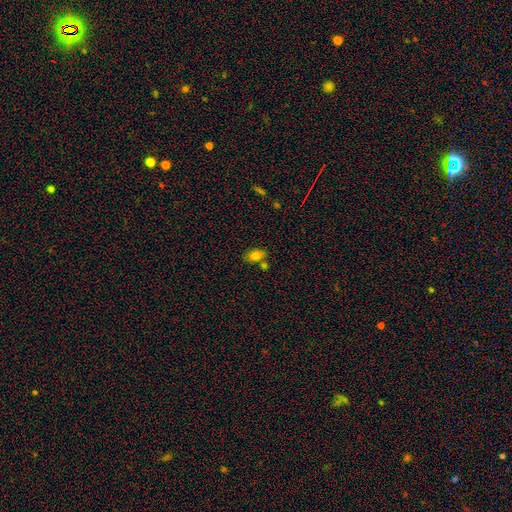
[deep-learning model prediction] Morphology: type=smooth (80%); roundness=in between (86%); merging=none (64%).